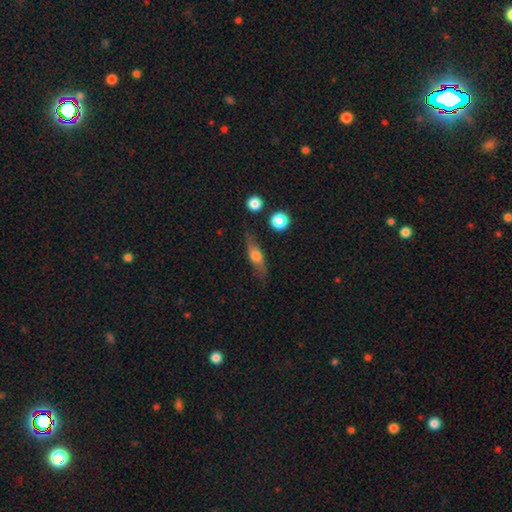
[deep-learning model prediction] Q: Smooth or featured?
A: smooth (54%); runner-up: featured or disk (39%)
Q: How rounded?
A: cigar-shaped (51%); runner-up: in between (43%)
Q: Merging?
A: none (75%); runner-up: minor disturbance (17%)